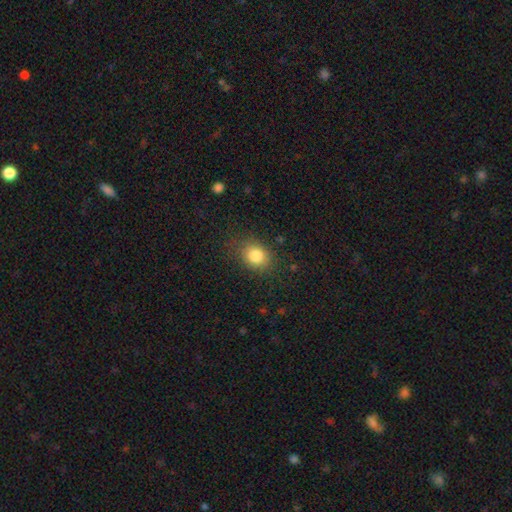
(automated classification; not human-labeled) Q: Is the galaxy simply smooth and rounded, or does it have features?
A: smooth — 83%.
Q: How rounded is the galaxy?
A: round — 56%.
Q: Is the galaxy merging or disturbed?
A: none — 81%.